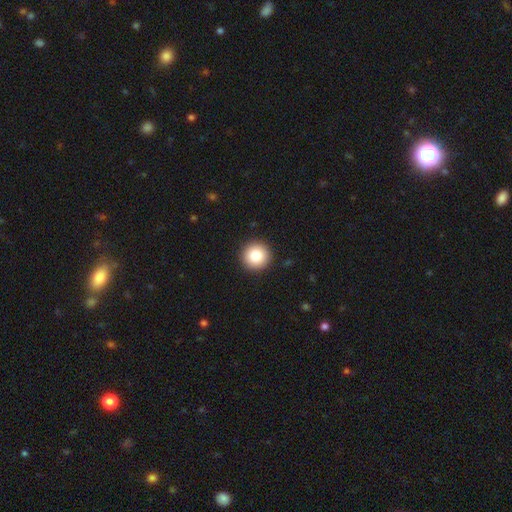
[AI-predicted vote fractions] smooth 84%, star or artifact 9%, featured or disk 7%. Down the decision tree: how rounded — round (96%); merging — none (93%).